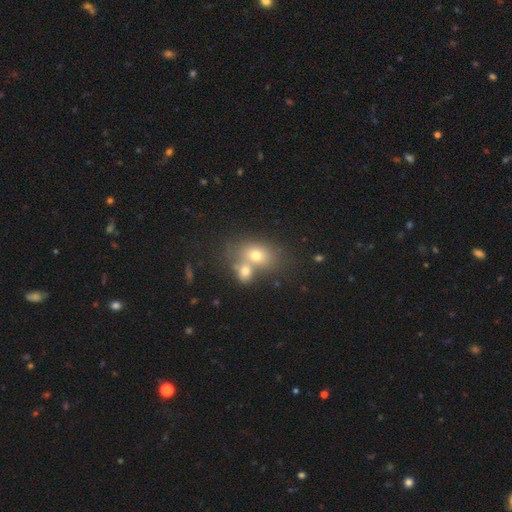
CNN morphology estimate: Overall: smooth (68%). How rounded: in between (61%; round 37%). Merging: merger (54%; none 33%).